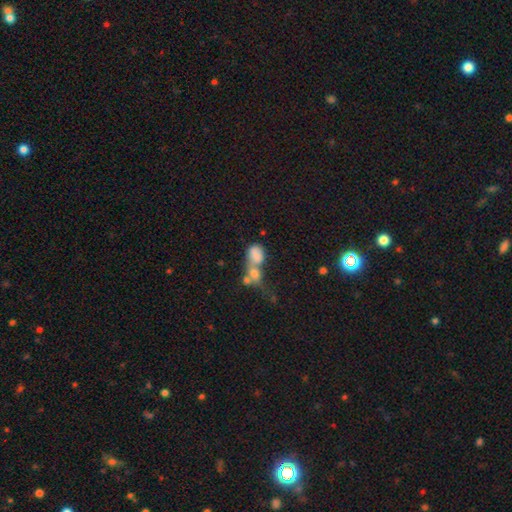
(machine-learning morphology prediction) A smooth galaxy with no disk features (71%) that is in between round and cigar-shaped (74%).

Vote fractions:
- Smooth or featured? smooth: 71% / featured or disk: 19% / star or artifact: 10%
- How rounded? in between: 74% / round: 23% / cigar-shaped: 3%
- Merging? merger: 70% / none: 13% / major disturbance: 9% / minor disturbance: 7%